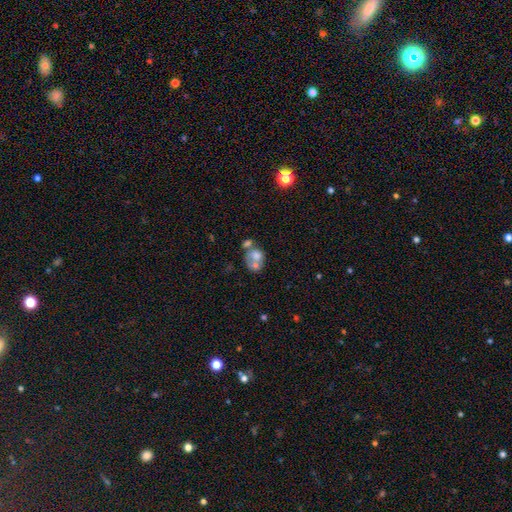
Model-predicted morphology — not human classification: Smooth or featured?
  - smooth: 60% *
  - featured or disk: 29%
  - star or artifact: 10%
How rounded?
  - round: 55% *
  - in between: 44%
  - cigar-shaped: 1%
Merging?
  - merger: 57% *
  - none: 24%
  - minor disturbance: 10%
  - major disturbance: 10%